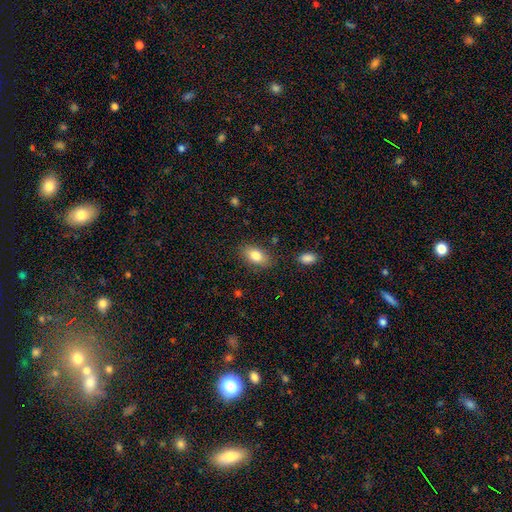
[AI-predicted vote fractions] Morphology: type=smooth (82%); roundness=in between (90%); merging=none (83%).